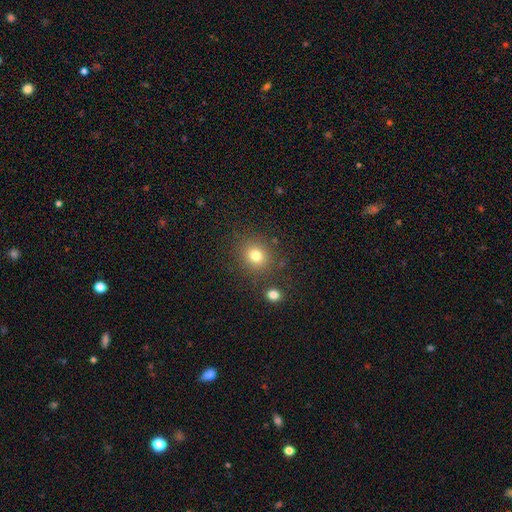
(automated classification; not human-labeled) smooth_or_featured: smooth (p=0.78) [alt: star or artifact p=0.14]
how_rounded: round (p=0.80) [alt: in between p=0.20]
merging: none (p=0.82) [alt: minor disturbance p=0.09]